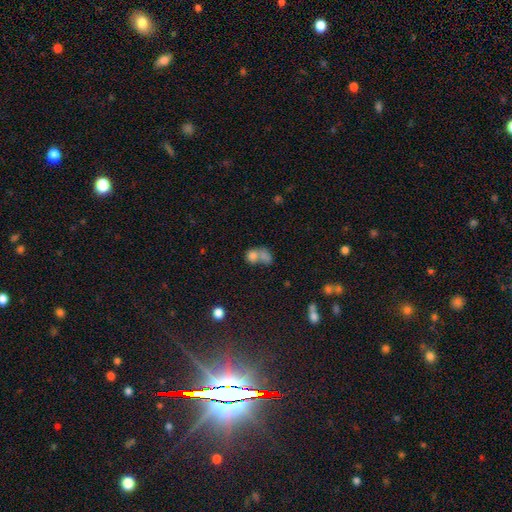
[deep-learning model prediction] smooth_or_featured: smooth (p=0.73) [alt: featured or disk p=0.15]
how_rounded: in between (p=0.53) [alt: round p=0.45]
merging: merger (p=0.65) [alt: none p=0.20]